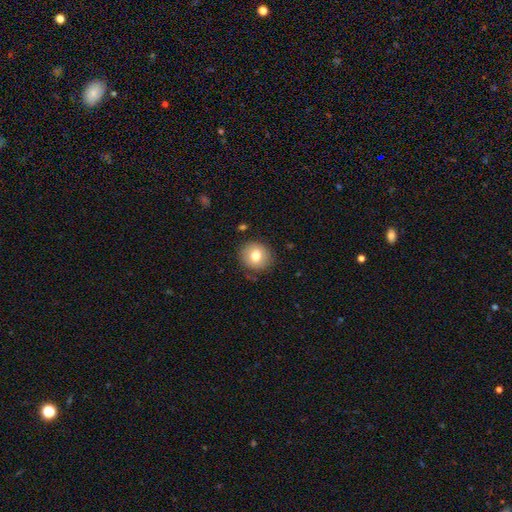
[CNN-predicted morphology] Smooth or featured?
  - smooth: 77% *
  - featured or disk: 13%
  - star or artifact: 10%
How rounded?
  - round: 85% *
  - in between: 14%
  - cigar-shaped: 1%
Merging?
  - none: 85% *
  - minor disturbance: 10%
  - major disturbance: 3%
  - merger: 2%